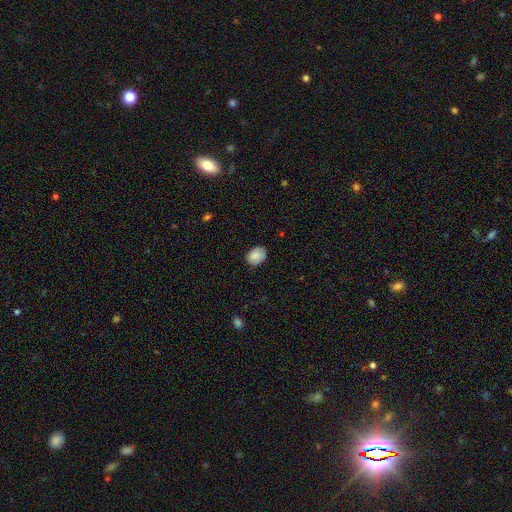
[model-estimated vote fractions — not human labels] Morphology: type=smooth (84%); roundness=in between (66%); merging=none (77%).